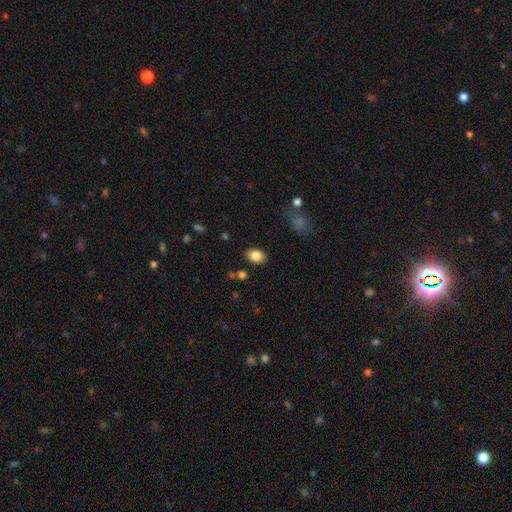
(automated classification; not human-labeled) smooth-or-featured: smooth: 84% | star or artifact: 9% | featured or disk: 7%
  how-rounded: in between: 76% | round: 23% | cigar-shaped: 1%
  merging: none: 86% | minor disturbance: 10% | major disturbance: 3% | merger: 2%